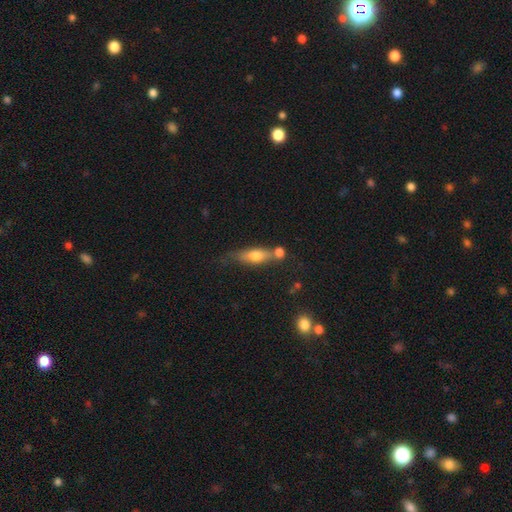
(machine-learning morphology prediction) Smooth or featured?
  - smooth: 59% *
  - featured or disk: 34%
  - star or artifact: 7%
How rounded?
  - cigar-shaped: 50% *
  - in between: 46%
  - round: 4%
Merging?
  - none: 49% *
  - merger: 25%
  - minor disturbance: 19%
  - major disturbance: 7%